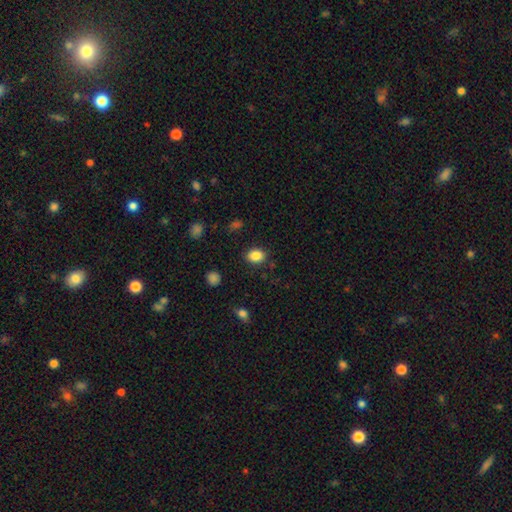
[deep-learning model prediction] The model was most divided on "how rounded": in between: 65%, round: 34%, cigar-shaped: 1%. More confident: smooth or featured — smooth (86%); merging — none (86%).